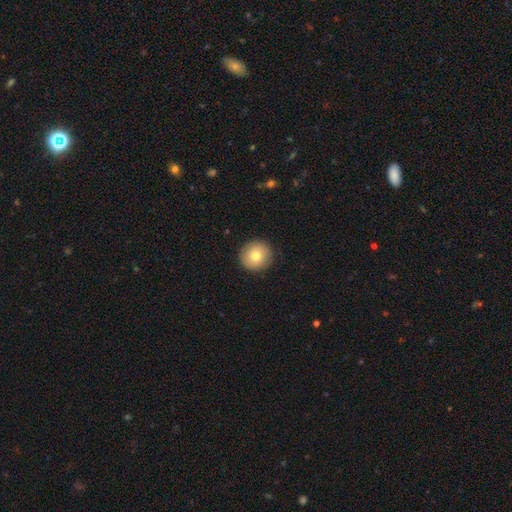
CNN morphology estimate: Smooth or featured? smooth (77%)
How rounded? round (93%)
Merging? none (91%)